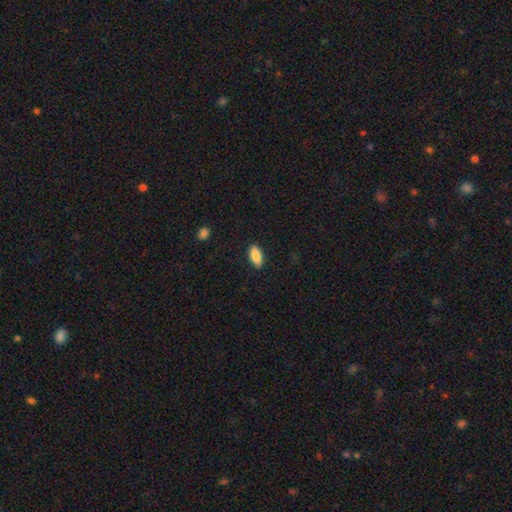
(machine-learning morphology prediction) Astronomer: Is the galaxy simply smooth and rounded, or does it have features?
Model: smooth — 86%.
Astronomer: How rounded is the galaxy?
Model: in between — 84%.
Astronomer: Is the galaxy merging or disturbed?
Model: none — 89%.